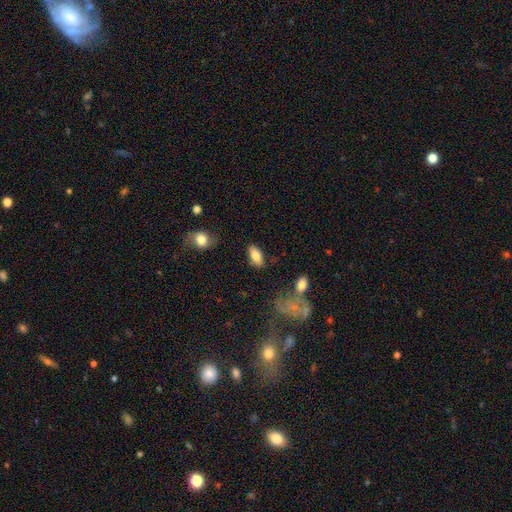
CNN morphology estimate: The model was most divided on "smooth or featured": smooth: 76%, featured or disk: 17%, star or artifact: 7%. More confident: how rounded — in between (86%); merging — none (81%).